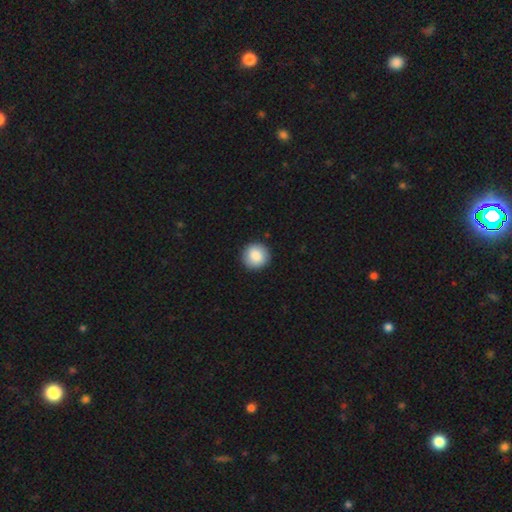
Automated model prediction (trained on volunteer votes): Q: Smooth or featured?
A: smooth (87%); runner-up: star or artifact (7%)
Q: How rounded?
A: round (94%); runner-up: in between (5%)
Q: Merging?
A: none (91%); runner-up: minor disturbance (6%)